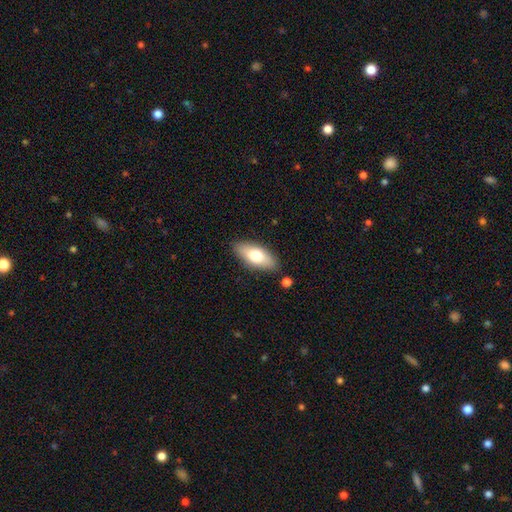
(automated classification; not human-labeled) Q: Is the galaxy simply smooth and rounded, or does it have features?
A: smooth — 71%.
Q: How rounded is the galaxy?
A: in between — 81%.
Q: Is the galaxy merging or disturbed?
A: none — 85%.